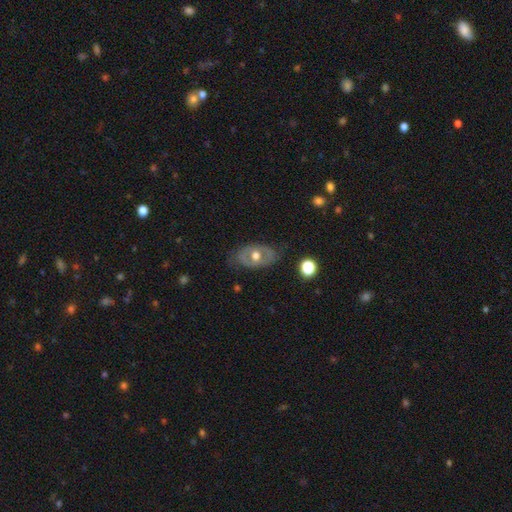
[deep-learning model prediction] smooth-or-featured: featured or disk: 54% | smooth: 39% | star or artifact: 7%
  disk-edge-on: no: 90% | yes: 10%
  merging: none: 72% | minor disturbance: 19% | major disturbance: 7% | merger: 2%